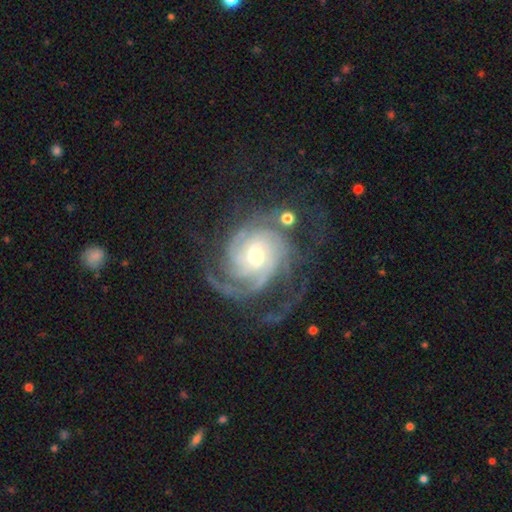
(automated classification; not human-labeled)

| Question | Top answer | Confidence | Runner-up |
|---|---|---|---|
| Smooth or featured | featured or disk | 90% | star or artifact (6%) |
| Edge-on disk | no | 98% | yes (2%) |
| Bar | no | 51% | weak (38%) |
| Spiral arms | yes | 98% | no (2%) |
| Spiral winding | tight | 62% | medium (31%) |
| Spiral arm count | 3 | 31% | 4 (20%) |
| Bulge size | moderate | 59% | small (31%) |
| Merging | none | 62% | minor disturbance (17%) |